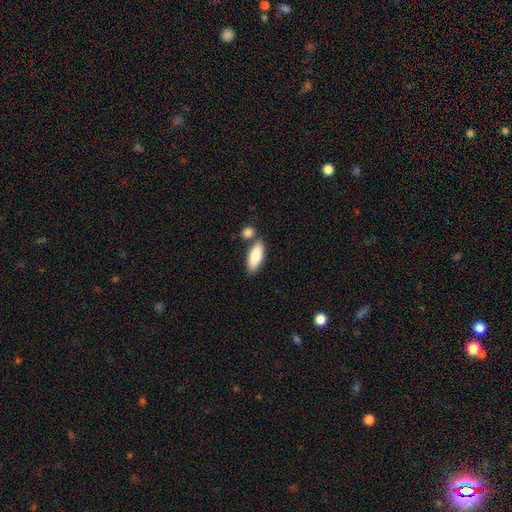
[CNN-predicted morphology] This is clearly a smooth galaxy (81%). How rounded: likely in between (77%). Merging: likely none (69%).